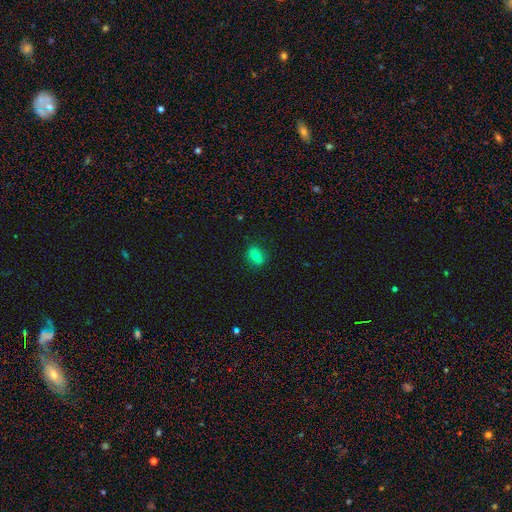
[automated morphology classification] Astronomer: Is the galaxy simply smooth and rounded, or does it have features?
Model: smooth — 72%.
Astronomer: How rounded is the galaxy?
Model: round — 52% (runner-up: in between, 47%).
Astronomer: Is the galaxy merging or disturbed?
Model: none — 82%.